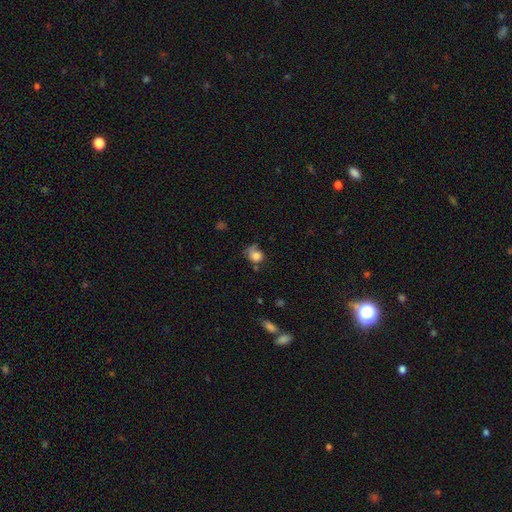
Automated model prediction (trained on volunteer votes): smooth 76%, featured or disk 13%, star or artifact 11%. Down the decision tree: how rounded — round (64%); merging — none (39%).